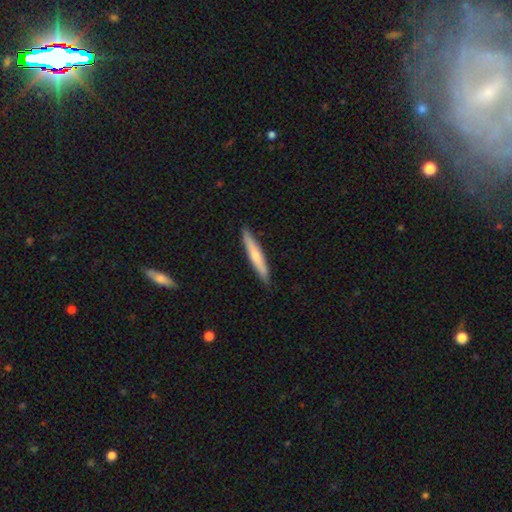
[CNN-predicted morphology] Q: Smooth or featured?
A: smooth (62%); runner-up: featured or disk (33%)
Q: How rounded?
A: cigar-shaped (94%); runner-up: in between (5%)
Q: Merging?
A: none (90%); runner-up: minor disturbance (8%)